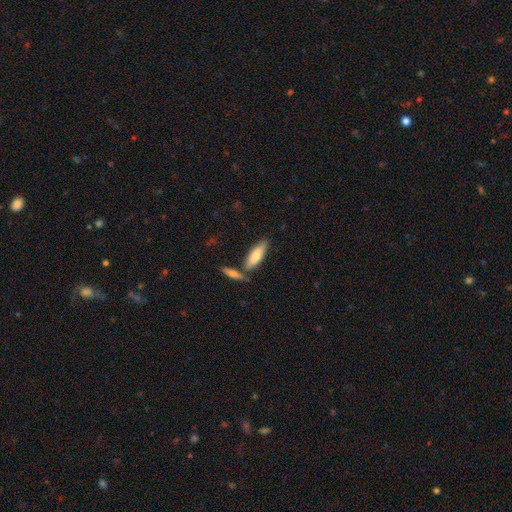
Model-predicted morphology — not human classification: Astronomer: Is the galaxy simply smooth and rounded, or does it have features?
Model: smooth — 78%.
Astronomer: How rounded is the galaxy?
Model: in between — 55% (runner-up: cigar-shaped, 43%).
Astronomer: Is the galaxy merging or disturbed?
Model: none — 65%.